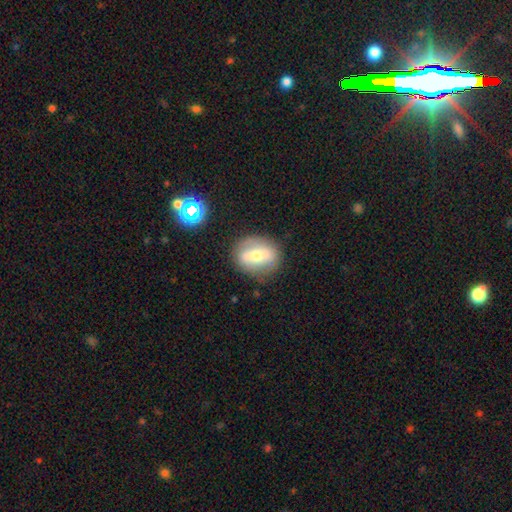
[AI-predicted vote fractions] Q: Smooth or featured?
A: smooth (46%); runner-up: featured or disk (44%)
Q: Merging?
A: none (79%); runner-up: minor disturbance (14%)